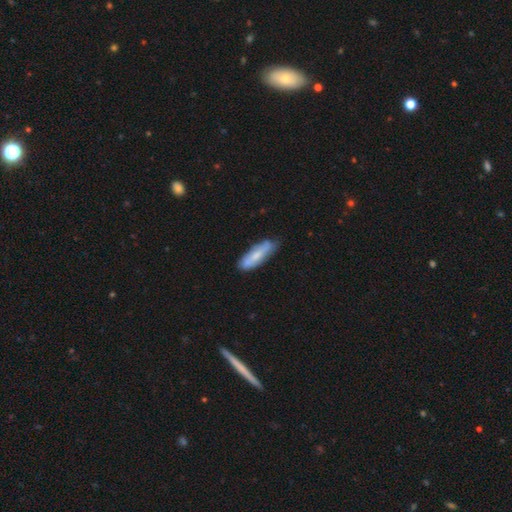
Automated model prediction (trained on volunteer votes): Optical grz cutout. It shows a smooth galaxy with no disk features (61%) that is cigar-shaped (52%). Merging: none (70%).